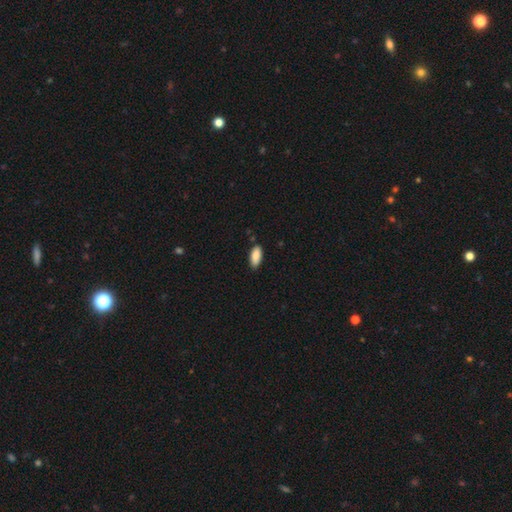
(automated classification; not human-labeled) Smooth or featured? Predicted: smooth (p=0.87). How rounded? Predicted: in between (p=0.88). Merging? Predicted: none (p=0.84).